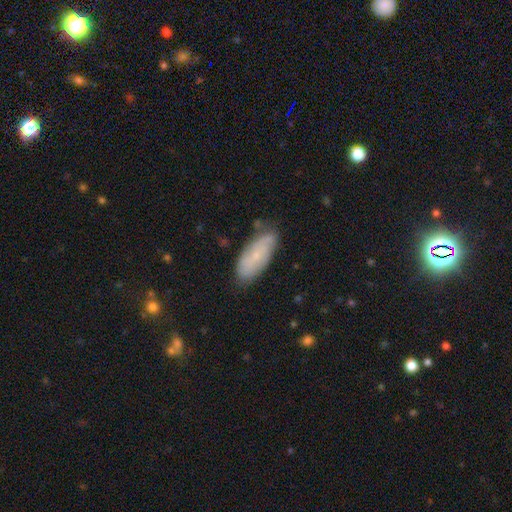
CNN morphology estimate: smooth 48%, featured or disk 44%, star or artifact 7%. Down the decision tree: merging — none (72%).